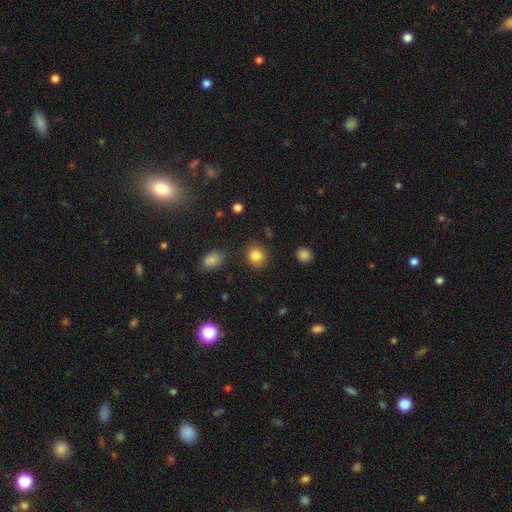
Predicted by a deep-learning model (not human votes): This is clearly a smooth galaxy (84%). How rounded: likely round (74%). Merging: clearly none (86%).